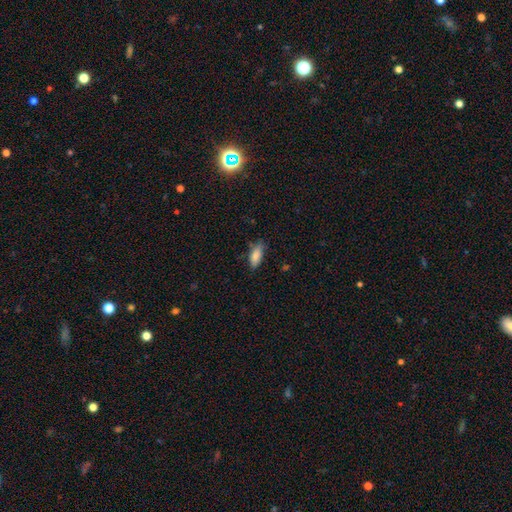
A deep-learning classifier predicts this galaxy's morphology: smooth_or_featured: smooth (p=0.86) [alt: featured or disk p=0.07]
how_rounded: in between (p=0.76) [alt: cigar-shaped p=0.22]
merging: none (p=0.71) [alt: minor disturbance p=0.23]